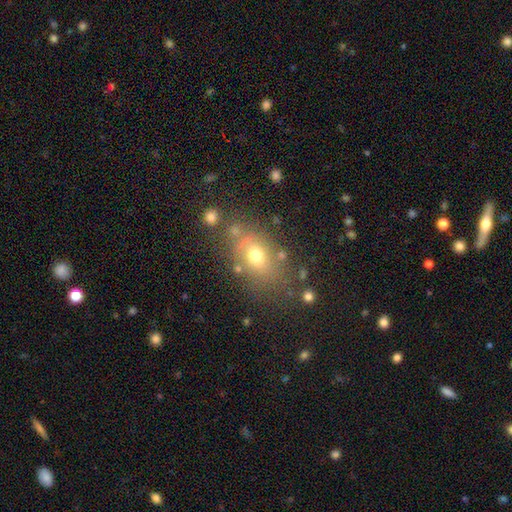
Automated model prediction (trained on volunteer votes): Smooth or featured? smooth (66%)
How rounded? in between (75%)
Merging? none (70%)